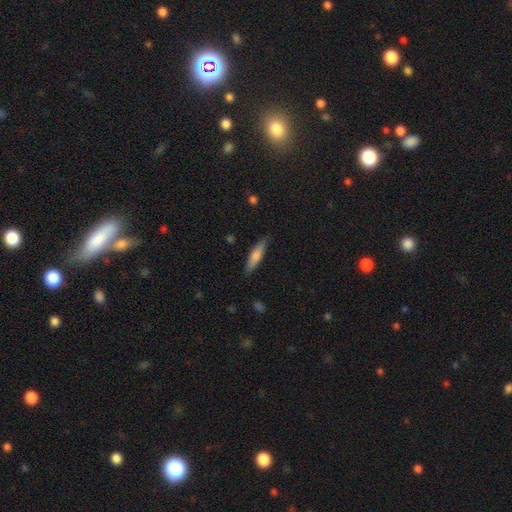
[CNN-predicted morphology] A smooth galaxy with no disk features (65%) that is cigar-shaped (77%).

Vote fractions:
- Smooth or featured? smooth: 65% / featured or disk: 29% / star or artifact: 6%
- How rounded? cigar-shaped: 77% / in between: 21% / round: 2%
- Merging? none: 86% / minor disturbance: 10% / major disturbance: 2% / merger: 1%